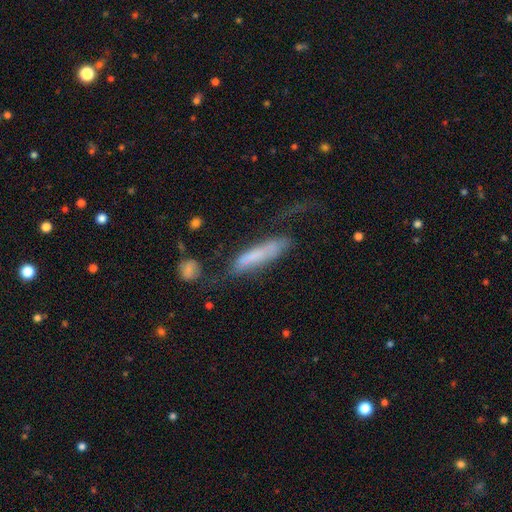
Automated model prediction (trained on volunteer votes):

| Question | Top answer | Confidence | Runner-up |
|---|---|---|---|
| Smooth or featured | smooth | 57% | featured or disk (35%) |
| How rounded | cigar-shaped | 79% | in between (19%) |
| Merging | none | 37% | major disturbance (30%) |